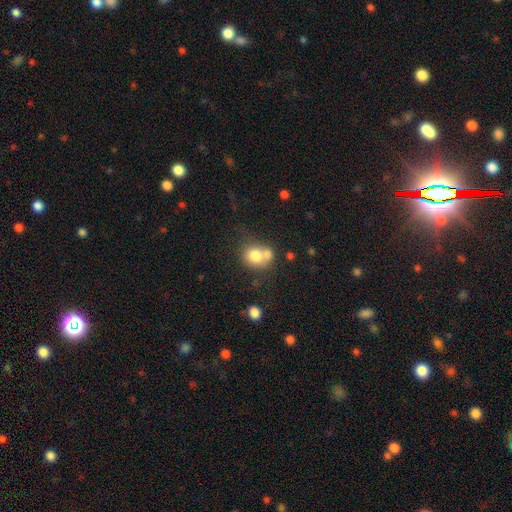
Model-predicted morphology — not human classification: Overall: smooth (75%). How rounded: round (76%). Merging: merger (45%; none 39%).